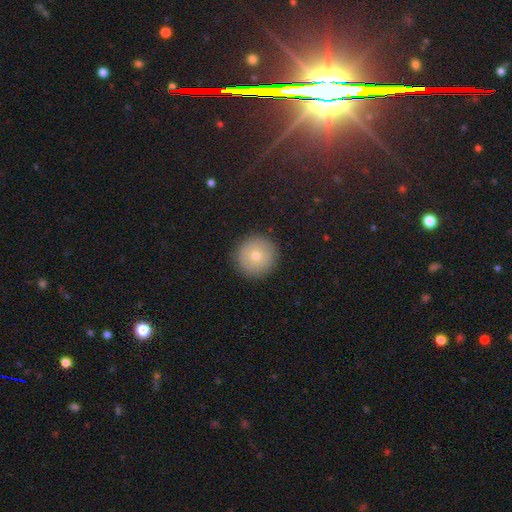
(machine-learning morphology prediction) A smooth galaxy with no disk features (69%) that is round (96%).

Vote fractions:
- Smooth or featured? smooth: 69% / featured or disk: 19% / star or artifact: 11%
- How rounded? round: 96% / in between: 3% / cigar-shaped: 1%
- Merging? none: 92% / minor disturbance: 5% / major disturbance: 2% / merger: 1%